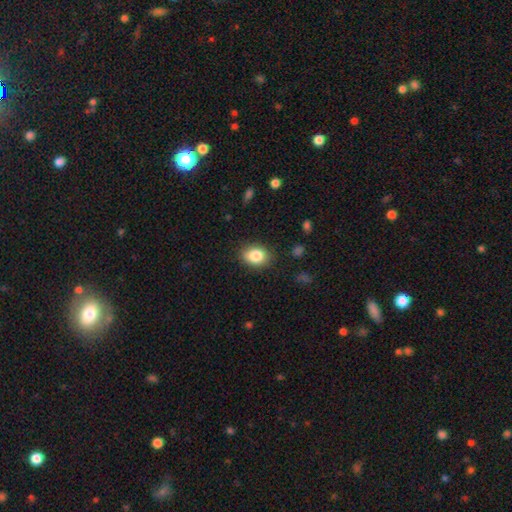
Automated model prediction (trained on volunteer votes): The model was most divided on "how rounded": in between: 62%, round: 36%, cigar-shaped: 1%. More confident: smooth or featured — smooth (84%); merging — none (84%).